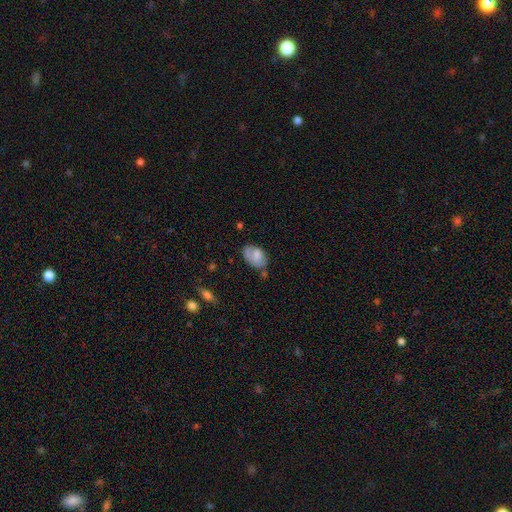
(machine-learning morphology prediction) This is likely a smooth galaxy (68%). How rounded: clearly in between (88%). Merging: possibly none (50%).